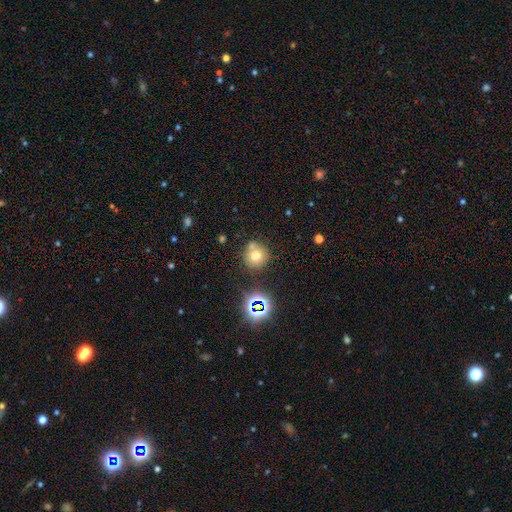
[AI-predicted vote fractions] Morphology: type=smooth (68%); roundness=round (90%); merging=none (65%).